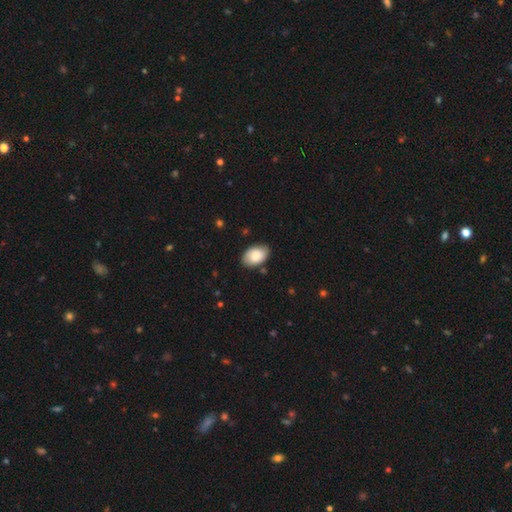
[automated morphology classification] Overall: smooth (80%). How rounded: in between (91%). Merging: none (80%).